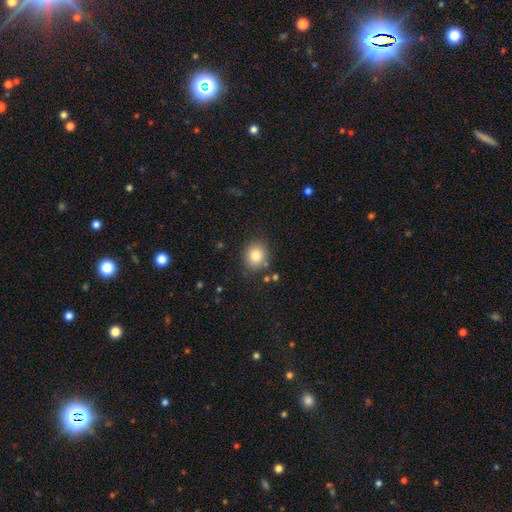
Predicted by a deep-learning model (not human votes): Smooth or featured: smooth — 82% (star or artifact — 11%)
How rounded: round — 76% (in between — 23%)
Merging: none — 85% (minor disturbance — 9%)